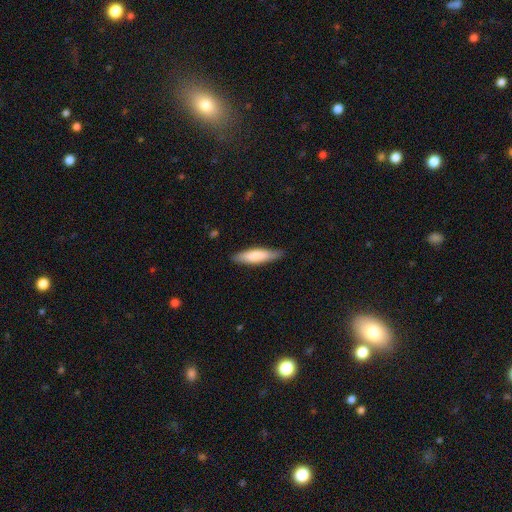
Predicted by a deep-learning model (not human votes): Overall: smooth (74%). How rounded: cigar-shaped (67%; in between 31%). Merging: none (82%).